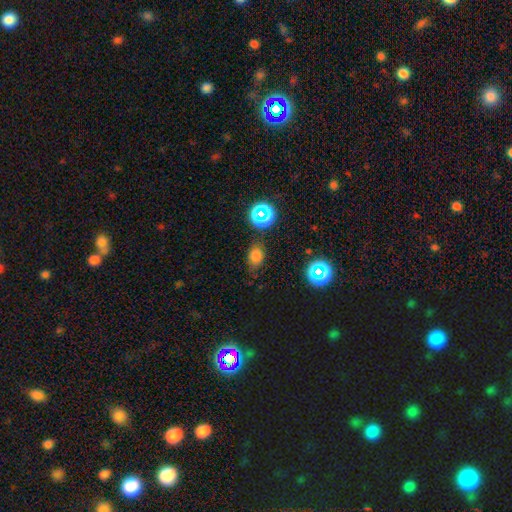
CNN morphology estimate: Overall: smooth (72%). How rounded: in between (64%; round 34%). Merging: none (74%).